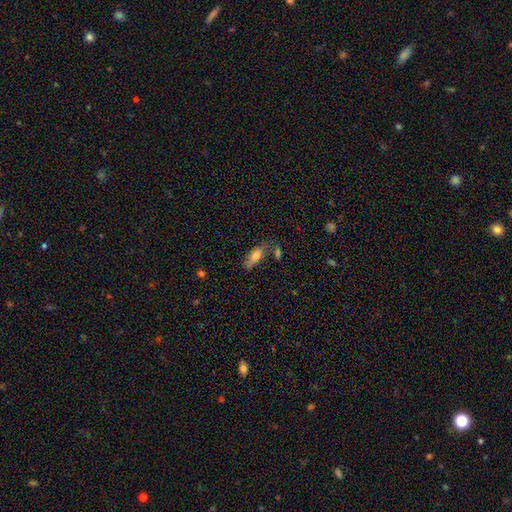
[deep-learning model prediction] smooth 75%, featured or disk 17%, star or artifact 8%. Down the decision tree: how rounded — in between (75%); merging — none (59%).